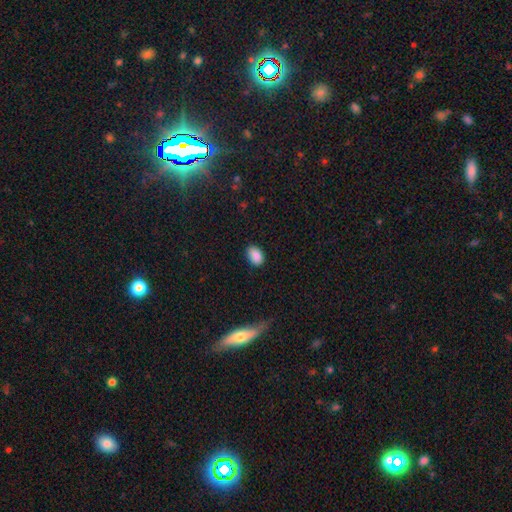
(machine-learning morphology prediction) Smooth or featured? smooth (88%)
How rounded? in between (88%)
Merging? none (83%)